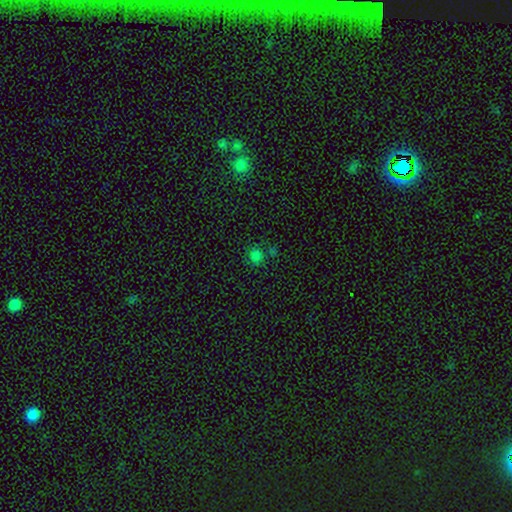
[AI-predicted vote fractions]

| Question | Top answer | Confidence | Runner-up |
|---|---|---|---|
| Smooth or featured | smooth | 69% | star or artifact (26%) |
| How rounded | round | 88% | in between (11%) |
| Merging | none | 72% | minor disturbance (12%) |